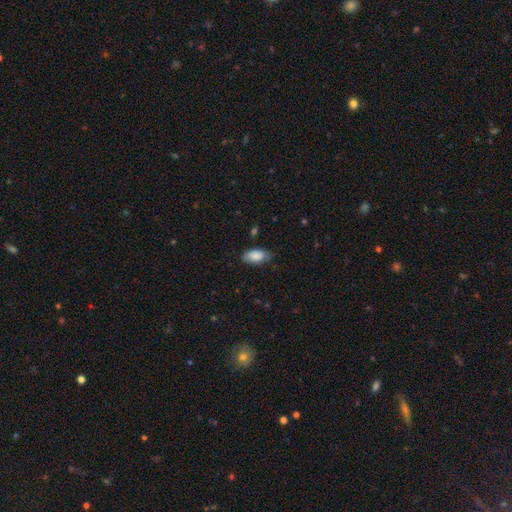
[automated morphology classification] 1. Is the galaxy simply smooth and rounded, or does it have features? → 86% smooth, 7% featured or disk, 6% star or artifact.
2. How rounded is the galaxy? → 93% in between, 4% cigar-shaped, 3% round.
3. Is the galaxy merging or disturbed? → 70% none, 24% minor disturbance, 4% major disturbance, 1% merger.